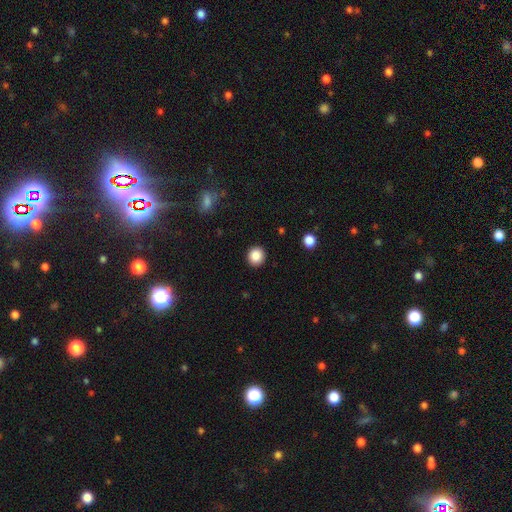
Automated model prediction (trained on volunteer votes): Smooth or featured? smooth (87%)
How rounded? round (90%)
Merging? none (92%)